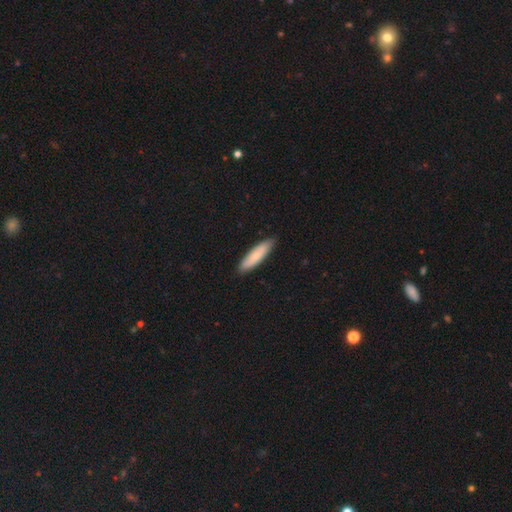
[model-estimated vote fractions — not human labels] This is likely a smooth galaxy (77%). How rounded: likely cigar-shaped (68%). Merging: clearly none (89%).